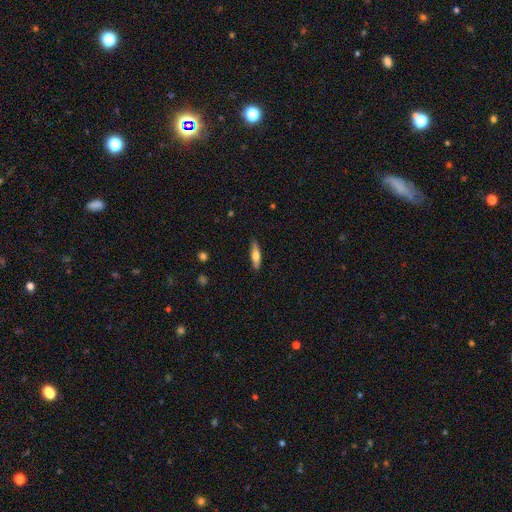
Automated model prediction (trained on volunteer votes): Morphology: type=smooth (63%); roundness=cigar-shaped (63%); merging=none (87%).